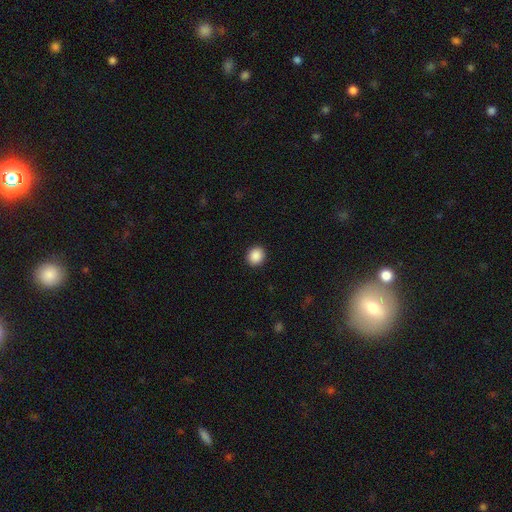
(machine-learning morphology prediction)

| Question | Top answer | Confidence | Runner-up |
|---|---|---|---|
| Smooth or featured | smooth | 89% | star or artifact (9%) |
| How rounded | round | 84% | in between (15%) |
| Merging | none | 92% | minor disturbance (5%) |